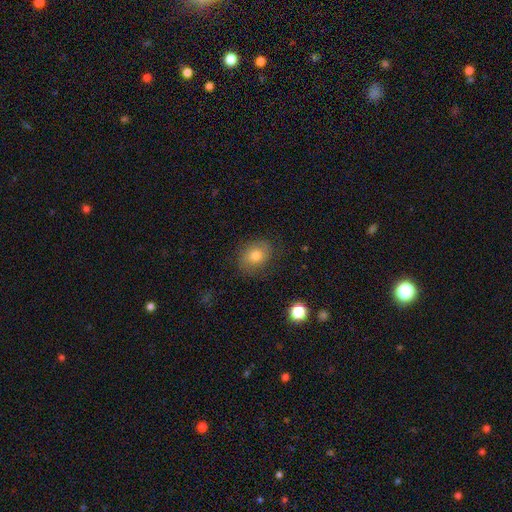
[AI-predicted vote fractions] Smooth or featured?
  - smooth: 72% *
  - featured or disk: 18%
  - star or artifact: 11%
How rounded?
  - in between: 50% *
  - round: 49%
  - cigar-shaped: 1%
Merging?
  - none: 77% *
  - minor disturbance: 16%
  - major disturbance: 6%
  - merger: 1%